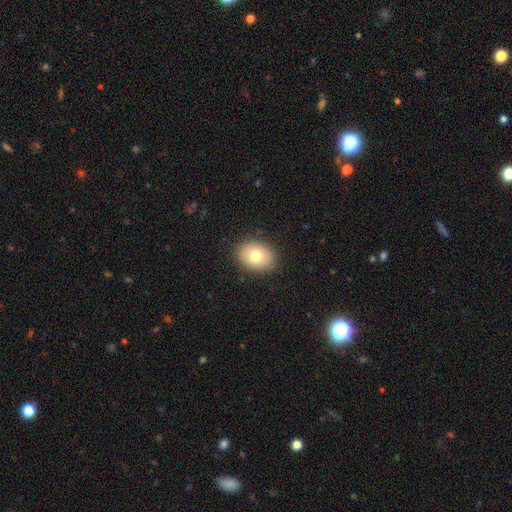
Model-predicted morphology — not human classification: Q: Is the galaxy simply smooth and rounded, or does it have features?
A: smooth — 77%.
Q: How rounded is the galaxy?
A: in between — 66%.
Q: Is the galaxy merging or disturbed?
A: none — 89%.